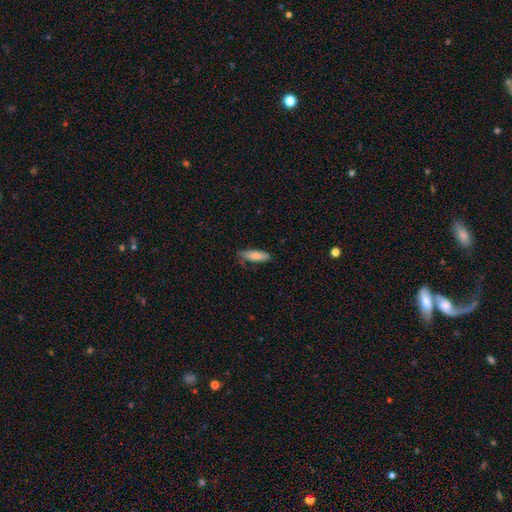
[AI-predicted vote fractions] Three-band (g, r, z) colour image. It shows a smooth galaxy with no disk features (81%) that is in between round and cigar-shaped (53%). Merging: none (69%).